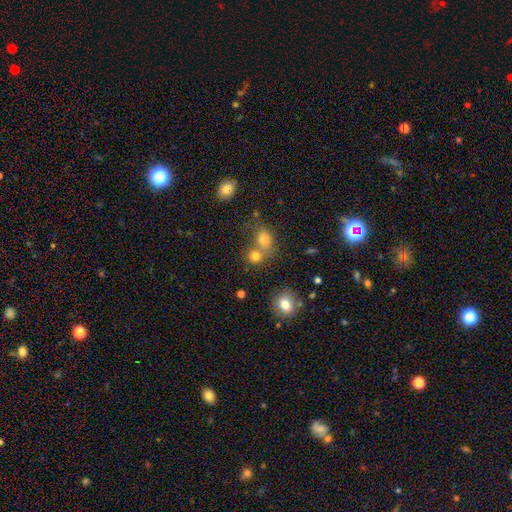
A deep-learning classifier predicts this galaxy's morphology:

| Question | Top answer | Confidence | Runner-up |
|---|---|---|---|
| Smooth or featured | smooth | 72% | star or artifact (19%) |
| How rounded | round | 65% | in between (34%) |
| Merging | none | 47% | merger (40%) |